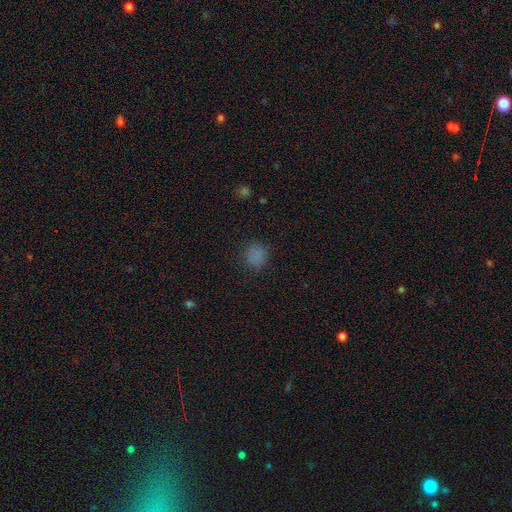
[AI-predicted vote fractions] smooth-or-featured: smooth: 77% | star or artifact: 18% | featured or disk: 5%
  how-rounded: round: 82% | in between: 17% | cigar-shaped: 1%
  merging: none: 80% | minor disturbance: 14% | major disturbance: 4% | merger: 1%